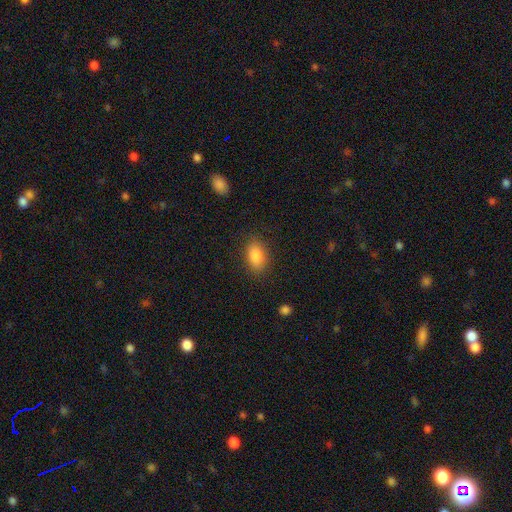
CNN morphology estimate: Smooth or featured? smooth (85%)
How rounded? in between (88%)
Merging? none (85%)